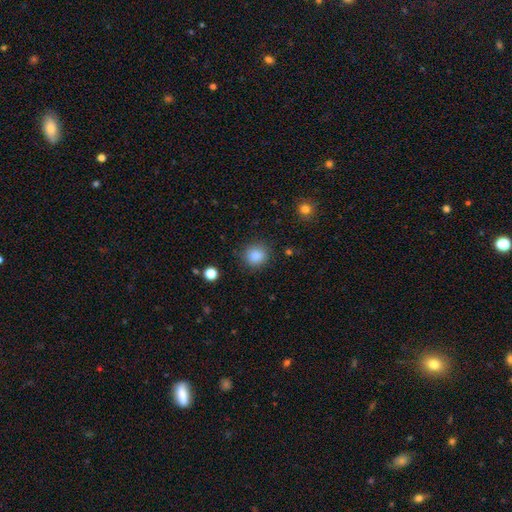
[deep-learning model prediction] This is clearly a smooth galaxy (87%). How rounded: clearly round (85%). Merging: clearly none (83%).